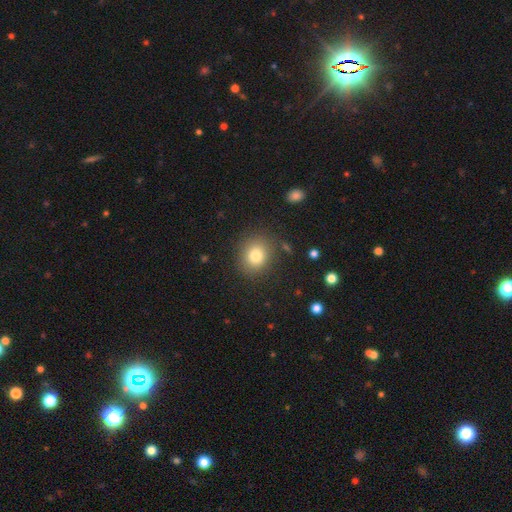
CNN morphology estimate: The model was most divided on "how rounded": round: 72%, in between: 27%, cigar-shaped: 1%. More confident: merging — none (85%); smooth or featured — smooth (80%).